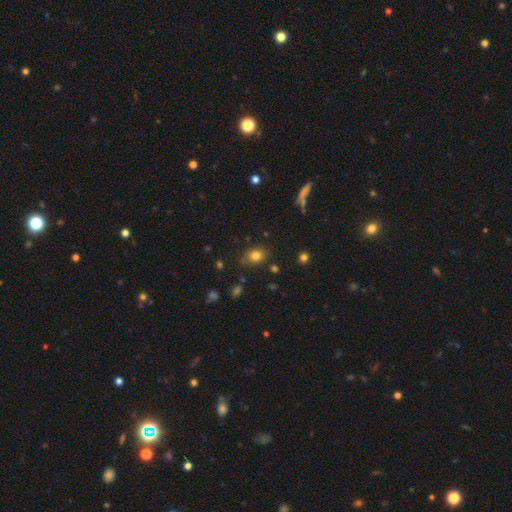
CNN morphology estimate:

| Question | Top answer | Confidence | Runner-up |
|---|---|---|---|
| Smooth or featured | smooth | 79% | star or artifact (13%) |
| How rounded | in between | 51% | round (48%) |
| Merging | none | 78% | minor disturbance (15%) |